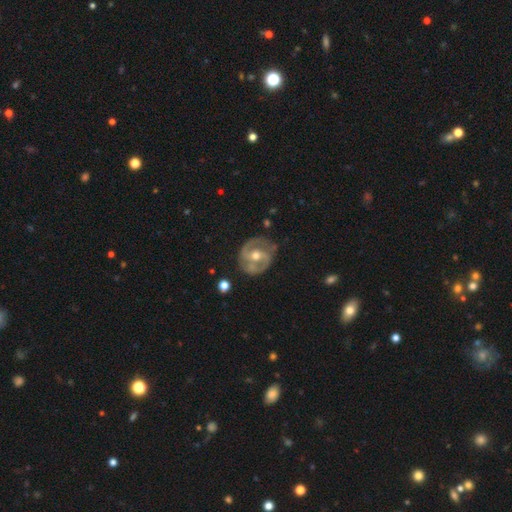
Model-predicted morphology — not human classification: This appears to be a featured or disk galaxy (83%) with a weak bar (41%), 2 (85%) medium (48%) spiral arms (90%) and a moderate central bulge (70%). Merging: none (75%).